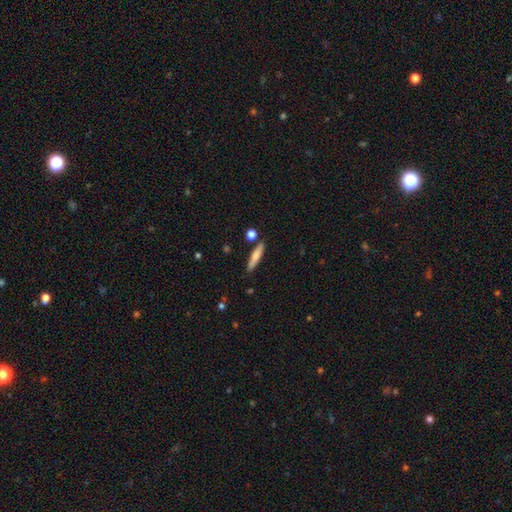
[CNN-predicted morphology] Smooth or featured?
  - smooth: 65% *
  - featured or disk: 29%
  - star or artifact: 6%
How rounded?
  - cigar-shaped: 85% *
  - in between: 13%
  - round: 2%
Merging?
  - none: 84% *
  - minor disturbance: 10%
  - merger: 4%
  - major disturbance: 2%